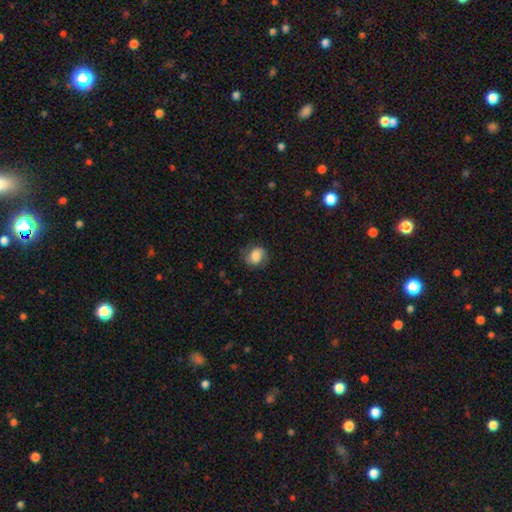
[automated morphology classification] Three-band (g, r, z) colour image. It shows a smooth galaxy with no disk features (63%) that is round (60%). Merging: none (70%).